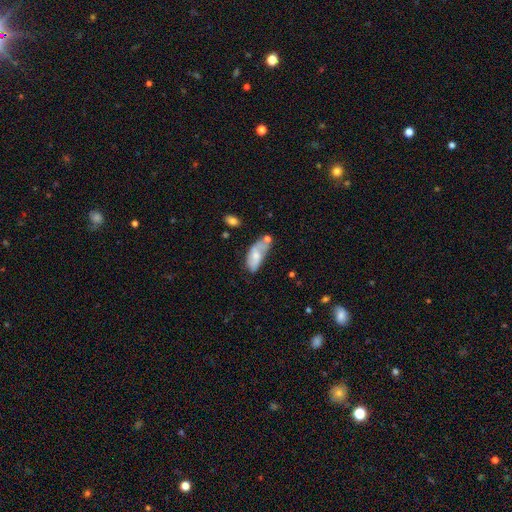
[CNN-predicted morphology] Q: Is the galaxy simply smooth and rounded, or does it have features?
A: smooth — 61%.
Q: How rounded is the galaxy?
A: in between — 86%.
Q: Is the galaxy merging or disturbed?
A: none — 32%.